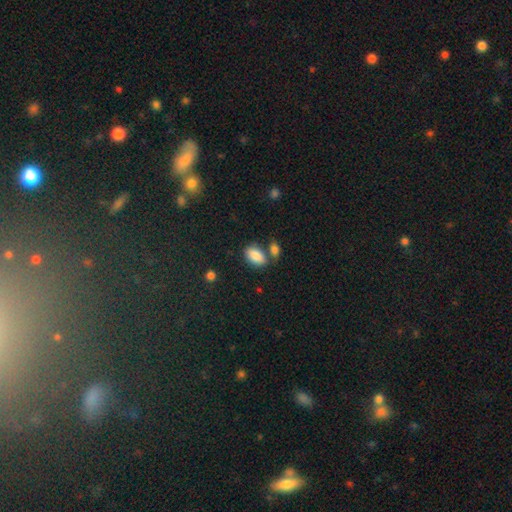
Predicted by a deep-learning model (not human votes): This appears to be a smooth galaxy with no disk features (87%) that is in between round and cigar-shaped (92%). Merging: none (62%).